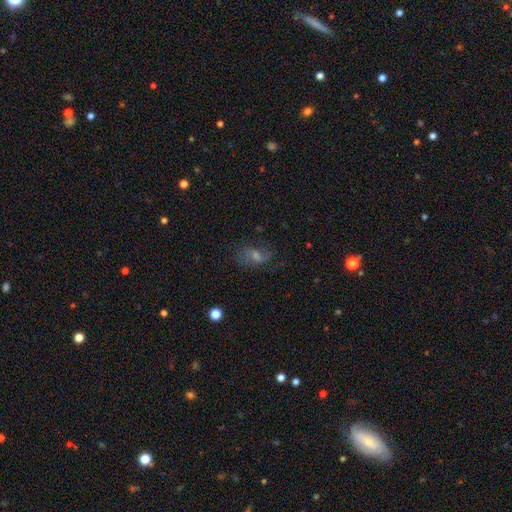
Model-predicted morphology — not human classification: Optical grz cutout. It shows a featured or disk galaxy (46%). Merging: none (62%).